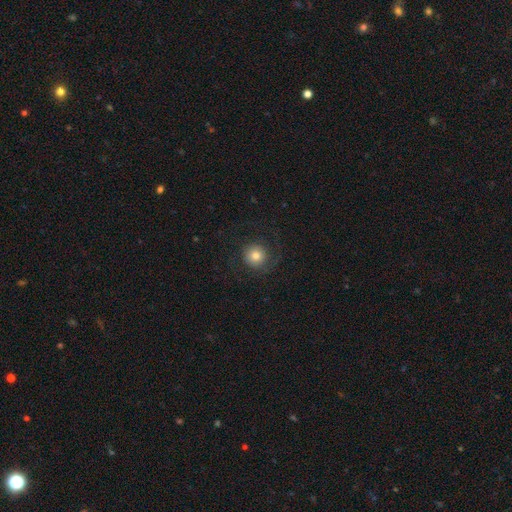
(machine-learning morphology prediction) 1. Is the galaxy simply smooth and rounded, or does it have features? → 71% smooth, 20% featured or disk, 10% star or artifact.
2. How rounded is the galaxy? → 93% round, 6% in between, 1% cigar-shaped.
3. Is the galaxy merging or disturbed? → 74% none, 13% major disturbance, 12% minor disturbance, 1% merger.